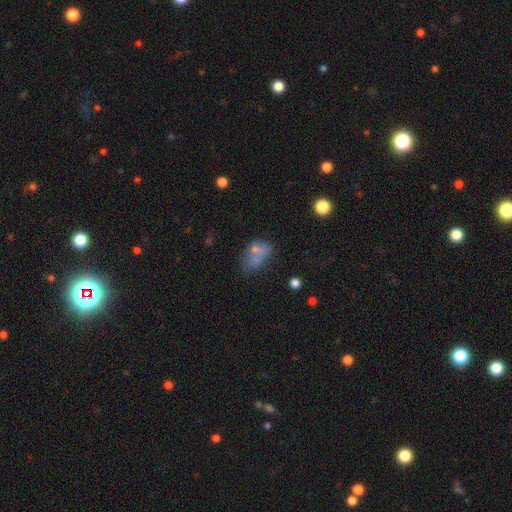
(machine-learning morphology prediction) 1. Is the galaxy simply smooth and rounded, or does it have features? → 60% smooth, 21% featured or disk, 19% star or artifact.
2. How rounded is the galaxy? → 79% in between, 17% round, 3% cigar-shaped.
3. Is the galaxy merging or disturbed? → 35% none, 26% merger, 22% minor disturbance, 17% major disturbance.